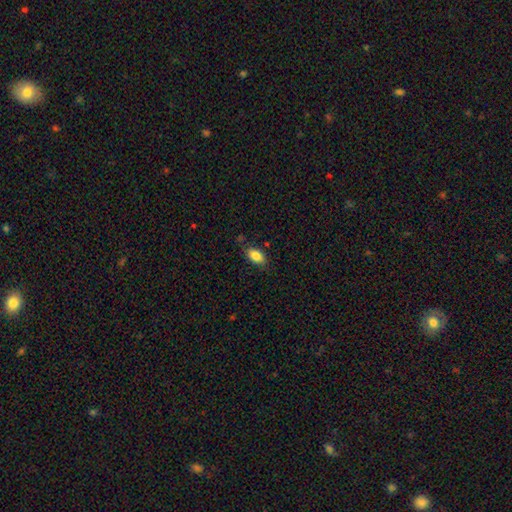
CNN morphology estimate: Overall: smooth (85%). How rounded: in between (91%). Merging: none (79%).